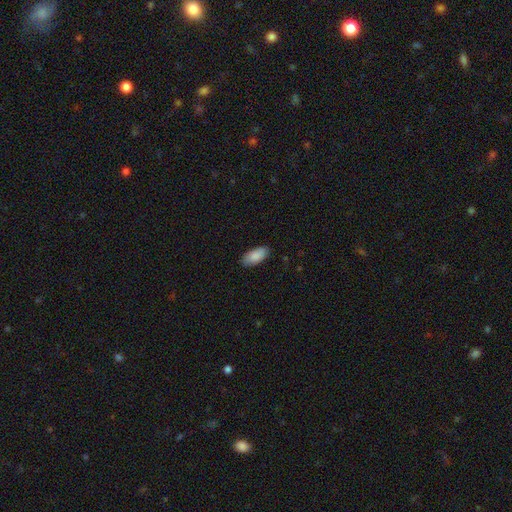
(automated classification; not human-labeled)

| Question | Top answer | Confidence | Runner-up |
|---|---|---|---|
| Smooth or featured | smooth | 88% | featured or disk (6%) |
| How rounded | in between | 92% | cigar-shaped (7%) |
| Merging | none | 87% | minor disturbance (10%) |